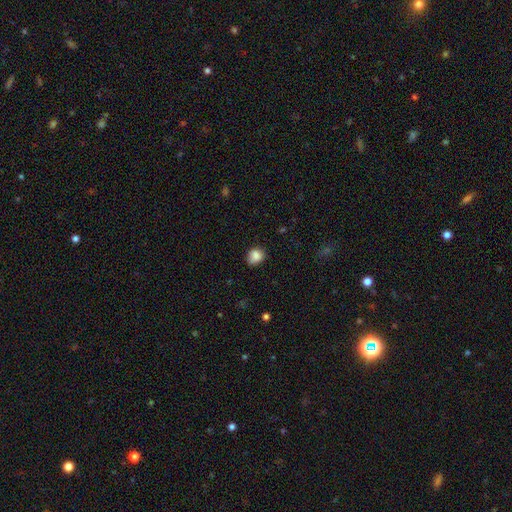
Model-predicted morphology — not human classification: This is clearly a smooth galaxy (82%). How rounded: possibly round (56%). Merging: likely none (61%).